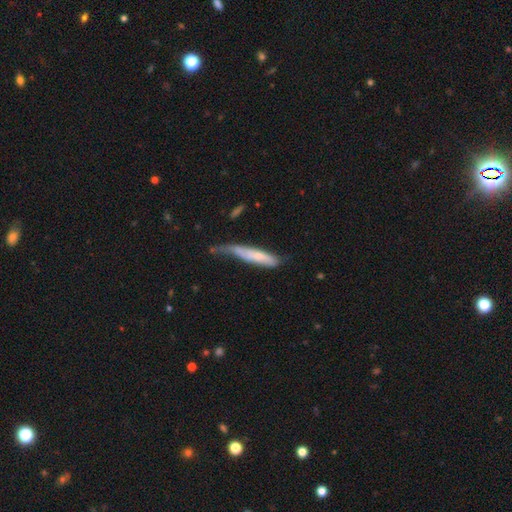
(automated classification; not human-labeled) Smooth or featured? Predicted: smooth (p=0.56). How rounded? Predicted: cigar-shaped (p=0.84). Merging? Predicted: minor disturbance (p=0.35).